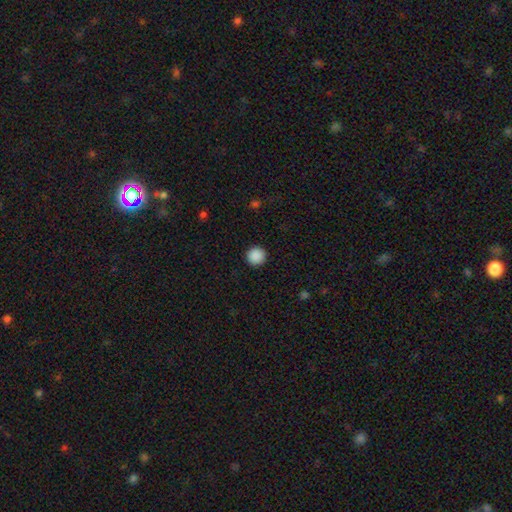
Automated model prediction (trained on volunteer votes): A smooth galaxy with no disk features (89%) that is round (96%).

Vote fractions:
- Smooth or featured? smooth: 89% / star or artifact: 9% / featured or disk: 2%
- How rounded? round: 96% / in between: 3% / cigar-shaped: 1%
- Merging? none: 93% / minor disturbance: 5% / major disturbance: 2% / merger: 1%